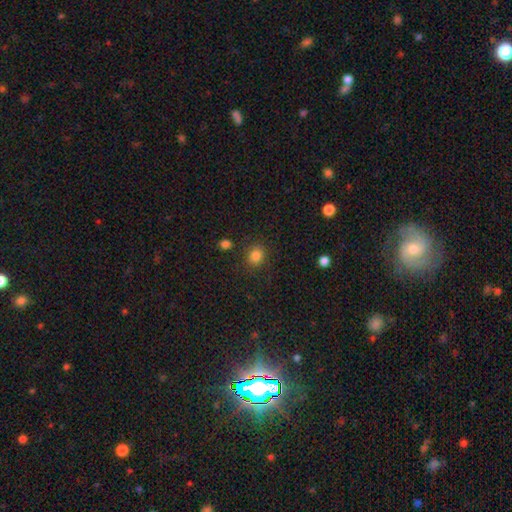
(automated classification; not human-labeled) Smooth or featured?
  - smooth: 82% *
  - star or artifact: 13%
  - featured or disk: 5%
How rounded?
  - round: 75% *
  - in between: 24%
  - cigar-shaped: 1%
Merging?
  - none: 82% *
  - minor disturbance: 10%
  - major disturbance: 4%
  - merger: 3%